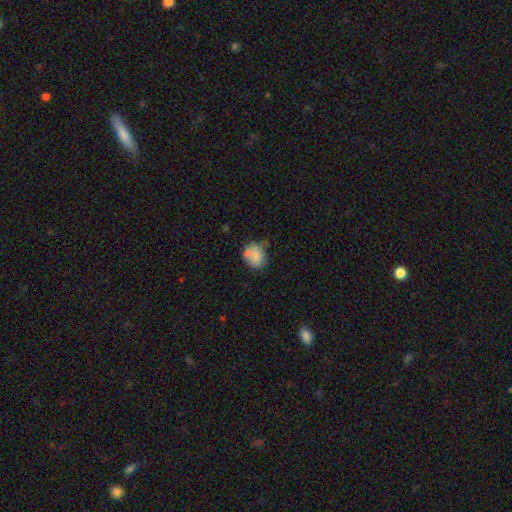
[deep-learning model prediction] This appears to be a smooth galaxy with no disk features (75%) that is round (53%). Merging: none (47%).